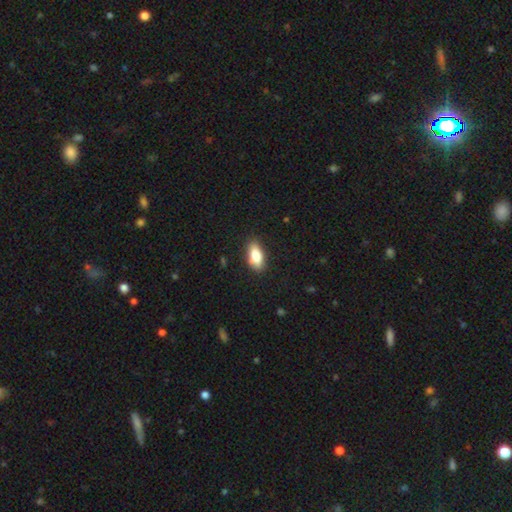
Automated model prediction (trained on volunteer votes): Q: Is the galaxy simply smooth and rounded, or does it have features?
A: smooth — 81%.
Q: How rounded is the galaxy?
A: in between — 84%.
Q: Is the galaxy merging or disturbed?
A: none — 83%.